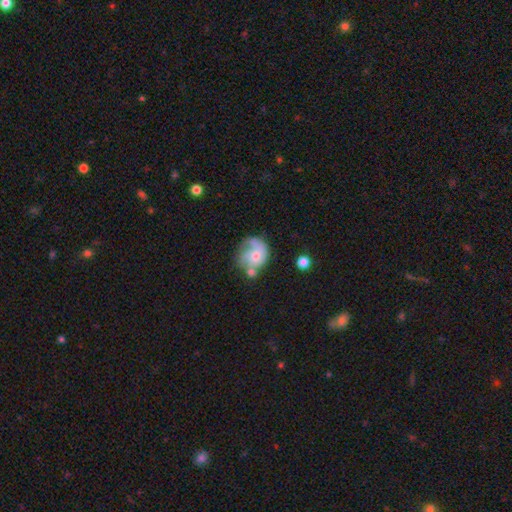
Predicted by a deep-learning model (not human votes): Smooth or featured: featured or disk — 55% (smooth — 37%)
Edge-on disk: no — 98% (yes — 2%)
Bar: no — 75% (weak — 22%)
Spiral arms: yes — 71% (no — 29%)
Bulge size: small — 47% (moderate — 44%)
Merging: none — 34% (minor disturbance — 23%)